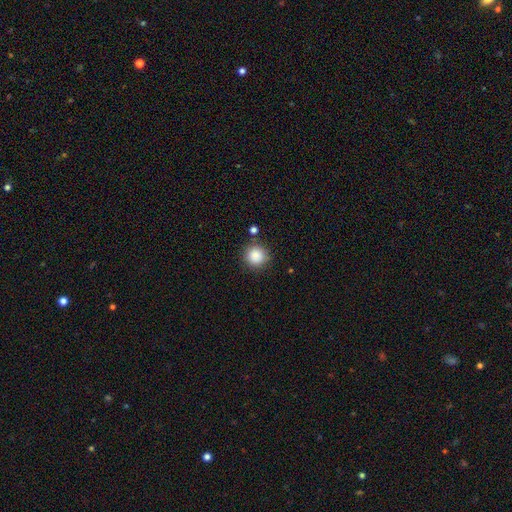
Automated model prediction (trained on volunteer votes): A smooth galaxy with no disk features (86%) that is round (93%). Merging: none (83%).